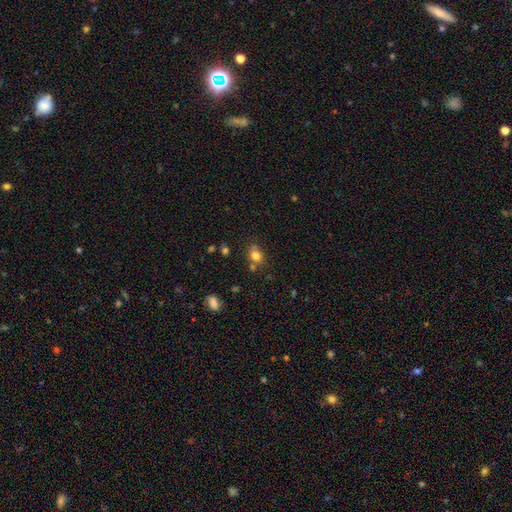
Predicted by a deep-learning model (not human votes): A smooth galaxy with no disk features (77%) that is round (64%).

Vote fractions:
- Smooth or featured? smooth: 77% / star or artifact: 14% / featured or disk: 10%
- How rounded? round: 64% / in between: 34% / cigar-shaped: 1%
- Merging? none: 59% / minor disturbance: 19% / merger: 17% / major disturbance: 6%